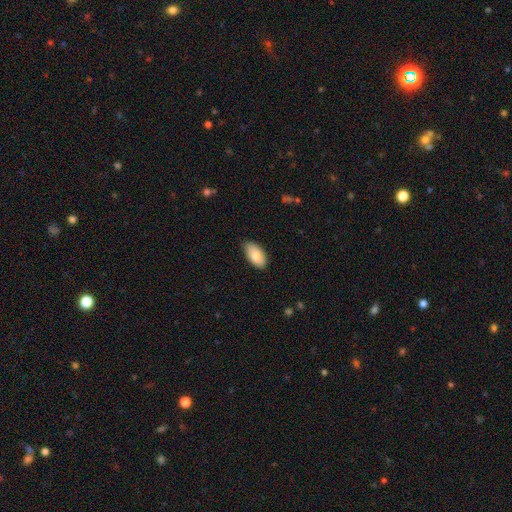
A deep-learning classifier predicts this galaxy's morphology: Overall: smooth (81%). How rounded: in between (95%). Merging: none (80%).